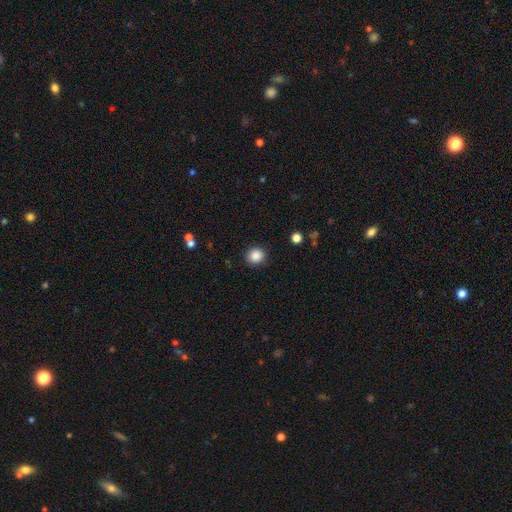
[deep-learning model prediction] Morphology: type=smooth (87%); roundness=round (88%); merging=none (90%).